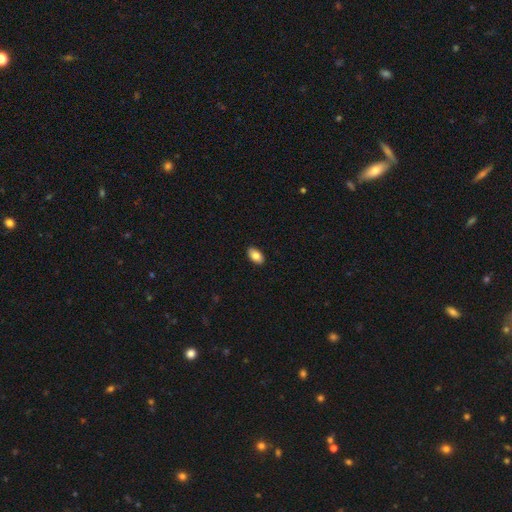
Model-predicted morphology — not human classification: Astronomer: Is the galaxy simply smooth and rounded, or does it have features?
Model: smooth — 83%.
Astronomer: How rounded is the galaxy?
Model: in between — 94%.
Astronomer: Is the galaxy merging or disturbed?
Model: none — 90%.